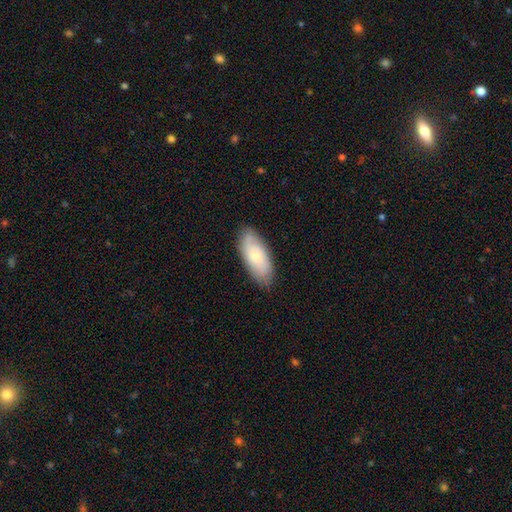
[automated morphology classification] smooth_or_featured: smooth (p=0.64) [alt: featured or disk p=0.30]
how_rounded: in between (p=0.85) [alt: cigar-shaped p=0.13]
merging: none (p=0.82) [alt: minor disturbance p=0.15]